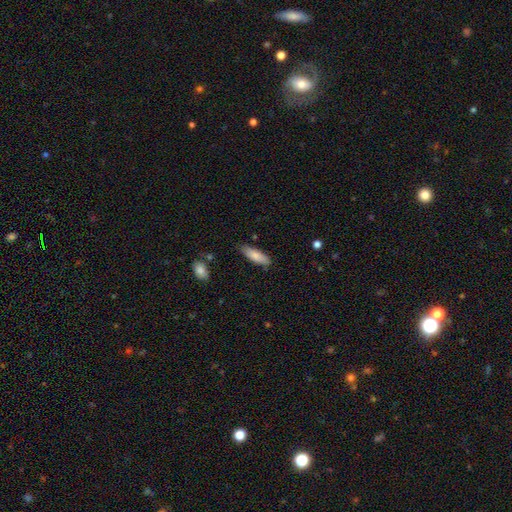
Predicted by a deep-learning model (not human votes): This is clearly a smooth galaxy (82%). How rounded: possibly in between (51%). Merging: clearly none (82%).